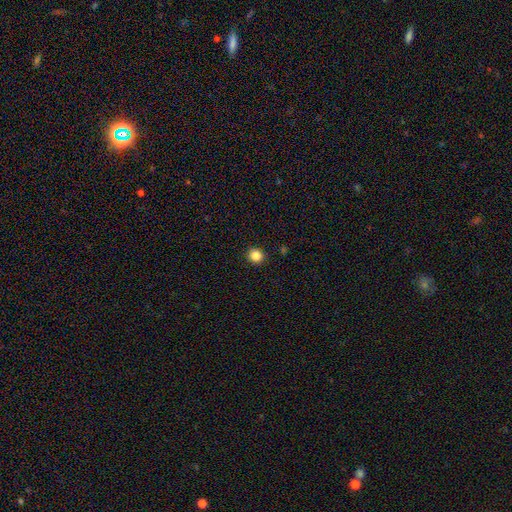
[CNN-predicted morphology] smooth_or_featured: smooth (p=0.84) [alt: star or artifact p=0.12]
how_rounded: round (p=0.90) [alt: in between p=0.09]
merging: none (p=0.92) [alt: minor disturbance p=0.05]